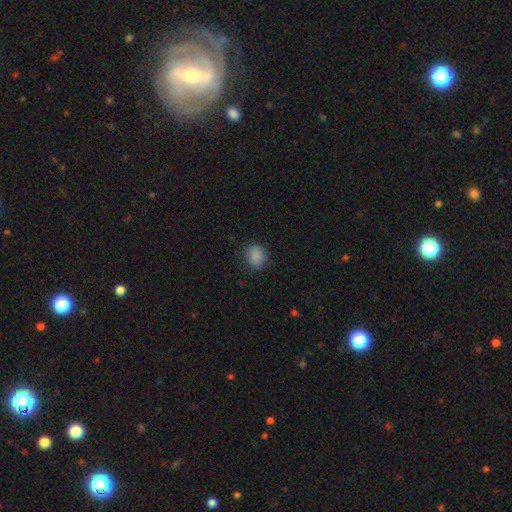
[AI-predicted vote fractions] A smooth galaxy with no disk features (86%) that is round (63%). Merging: none (83%).